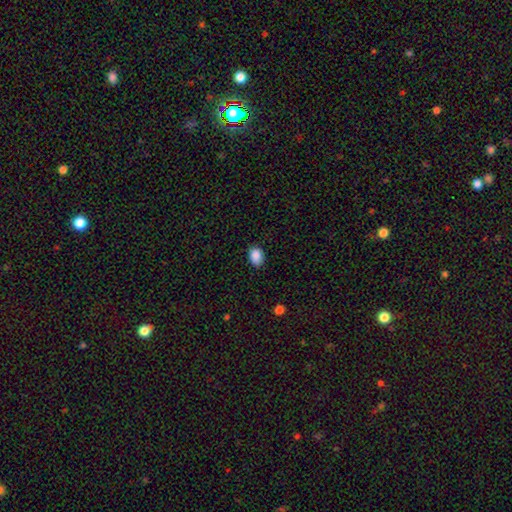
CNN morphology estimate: Overall: smooth (89%). How rounded: in between (75%). Merging: none (83%).